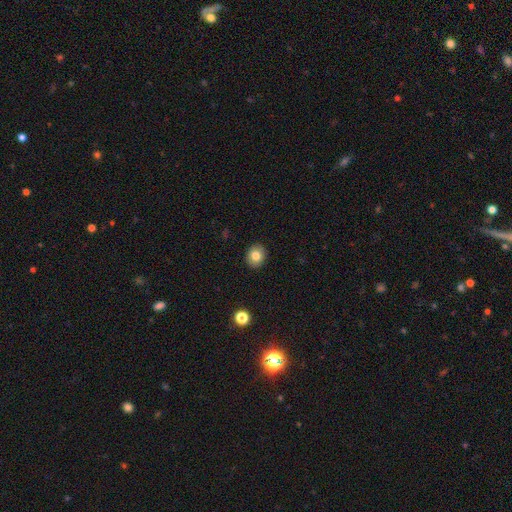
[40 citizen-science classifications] This appears to be a smooth galaxy with no disk features (78%) that is round (58%). Merging: none (83%).